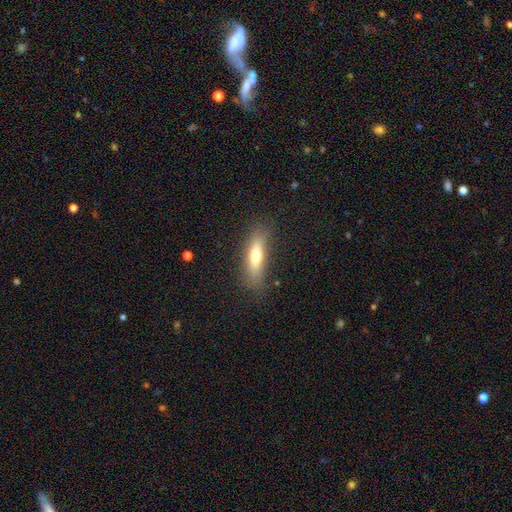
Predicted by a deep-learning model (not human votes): Smooth or featured: smooth — 61% (featured or disk — 32%)
How rounded: cigar-shaped — 65% (in between — 32%)
Merging: none — 83% (minor disturbance — 12%)